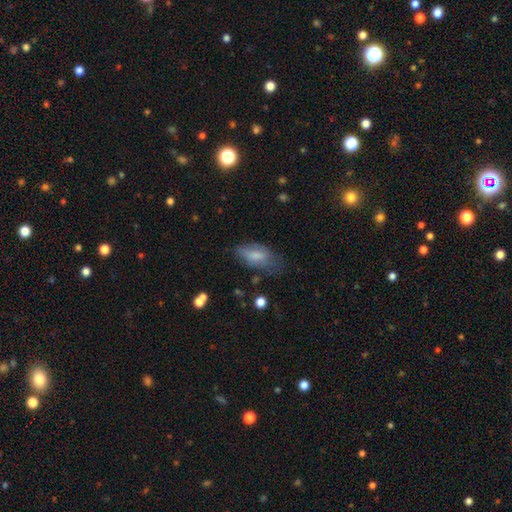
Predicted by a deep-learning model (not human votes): Q: Smooth or featured?
A: smooth (74%); runner-up: featured or disk (19%)
Q: How rounded?
A: in between (86%); runner-up: cigar-shaped (11%)
Q: Merging?
A: none (54%); runner-up: minor disturbance (31%)